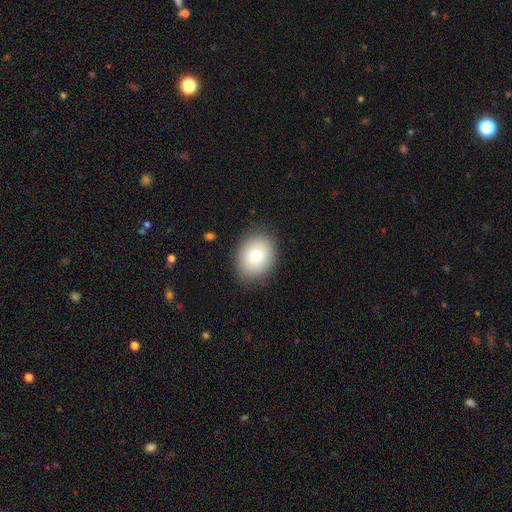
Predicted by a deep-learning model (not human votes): Smooth or featured: smooth — 77% (featured or disk — 13%)
How rounded: in between — 54% (round — 45%)
Merging: none — 86% (minor disturbance — 10%)